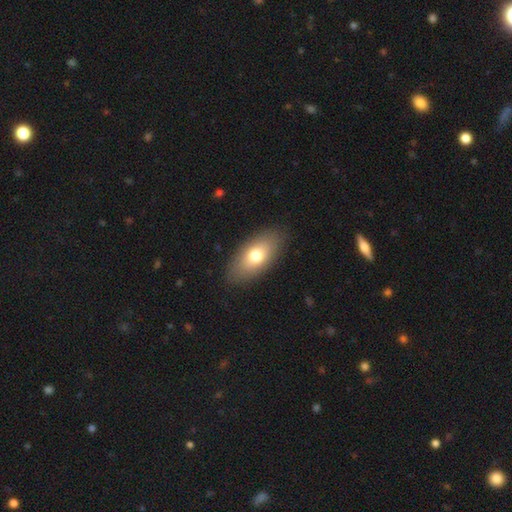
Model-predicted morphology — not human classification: The model was most divided on "smooth or featured": smooth: 72%, featured or disk: 21%, star or artifact: 7%. More confident: how rounded — in between (90%); merging — none (87%).